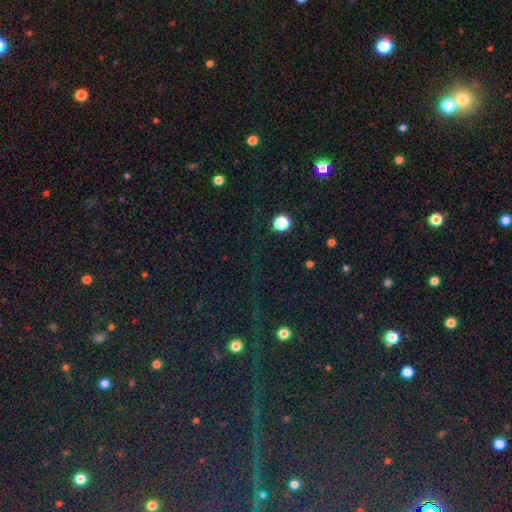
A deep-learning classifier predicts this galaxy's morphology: The model was most divided on "smooth or featured": star or artifact: 82%, smooth: 11%, featured or disk: 7%.